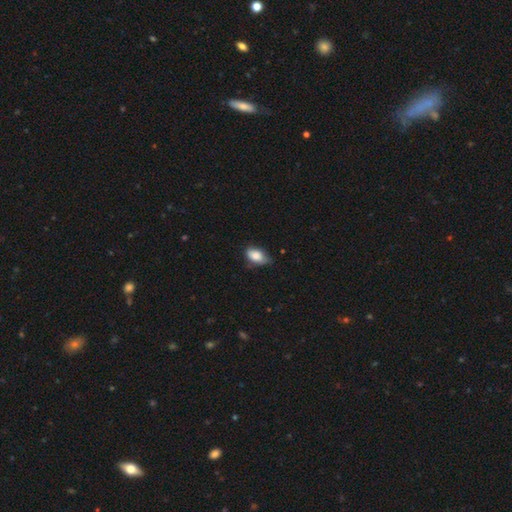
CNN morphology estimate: smooth_or_featured: smooth (p=0.84) [alt: featured or disk p=0.09]
how_rounded: in between (p=0.91) [alt: round p=0.07]
merging: none (p=0.50) [alt: minor disturbance p=0.41]